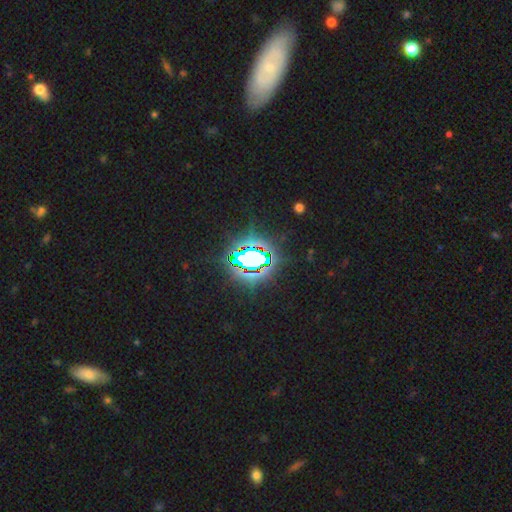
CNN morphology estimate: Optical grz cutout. It shows a star or artifact, not a galaxy (79%).